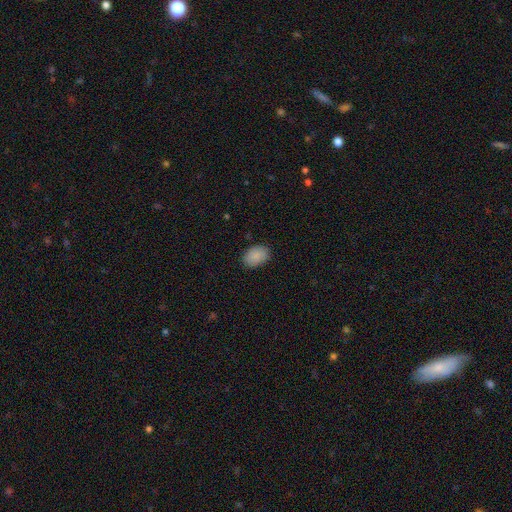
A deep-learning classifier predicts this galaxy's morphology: smooth 89%, star or artifact 7%, featured or disk 3%. Down the decision tree: how rounded — in between (86%); merging — none (87%).